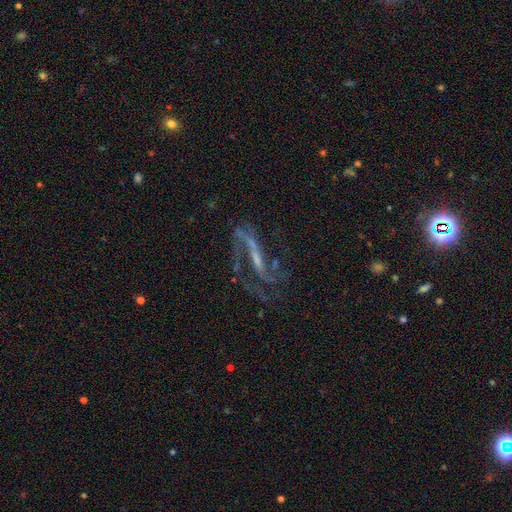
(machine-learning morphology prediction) smooth_or_featured: featured or disk (p=0.79) [alt: star or artifact p=0.12]
disk_edge_on: no (p=0.80) [alt: yes p=0.20]
bar: strong (p=0.51) [alt: weak p=0.30]
has_spiral_arms: yes (p=0.87) [alt: no p=0.13]
spiral_winding: loose (p=0.61) [alt: medium p=0.29]
spiral_arm_count: 2 (p=0.71) [alt: can't tell p=0.10]
bulge_size: small (p=0.47) [alt: none p=0.32]
merging: none (p=0.48) [alt: major disturbance p=0.31]